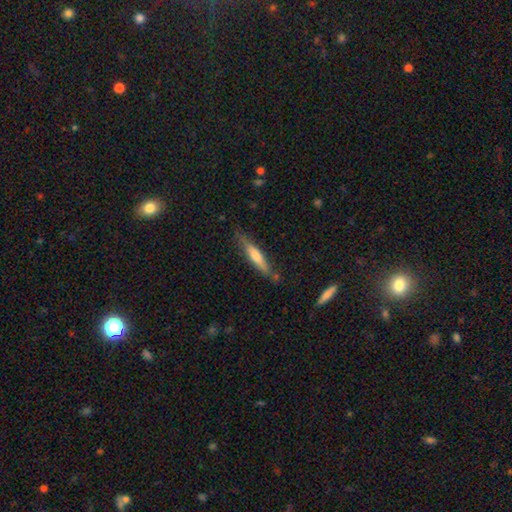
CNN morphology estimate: smooth-or-featured: smooth: 47% (tied) | featured or disk: 47% (tied) | star or artifact: 7%
  merging: none: 77% | minor disturbance: 16% | major disturbance: 3% | merger: 3%